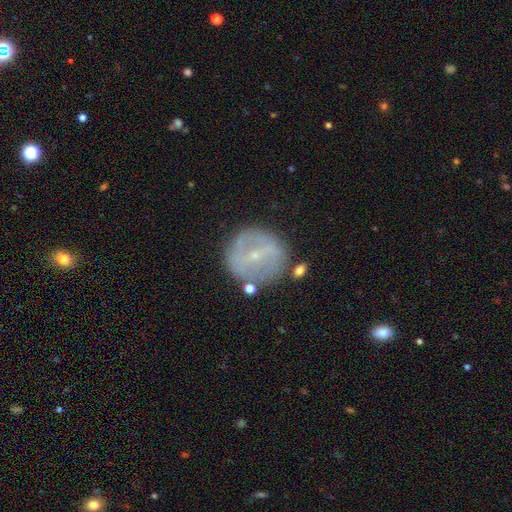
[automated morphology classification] smooth_or_featured: featured or disk (p=0.63) [alt: smooth p=0.27]
disk_edge_on: no (p=0.93) [alt: yes p=0.07]
bar: strong (p=0.44) [alt: weak p=0.37]
has_spiral_arms: no (p=0.60) [alt: yes p=0.40]
bulge_size: small (p=0.81) [alt: moderate p=0.14]
merging: none (p=0.76) [alt: minor disturbance p=0.15]